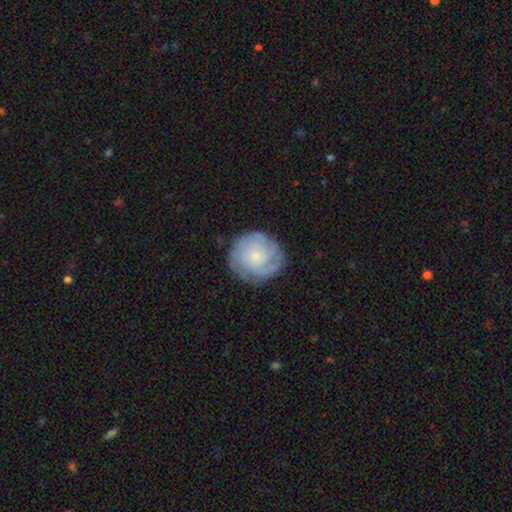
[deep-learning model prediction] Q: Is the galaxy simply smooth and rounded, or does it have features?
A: featured or disk — 67%.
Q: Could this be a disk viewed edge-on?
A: no — 98%.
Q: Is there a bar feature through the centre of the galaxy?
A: no — 80%.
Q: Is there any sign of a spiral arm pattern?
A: yes — 90%.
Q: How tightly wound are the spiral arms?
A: tight — 68%.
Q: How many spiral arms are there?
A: can't tell — 42%.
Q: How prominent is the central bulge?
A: small — 72%.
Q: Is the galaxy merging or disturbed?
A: none — 79%.